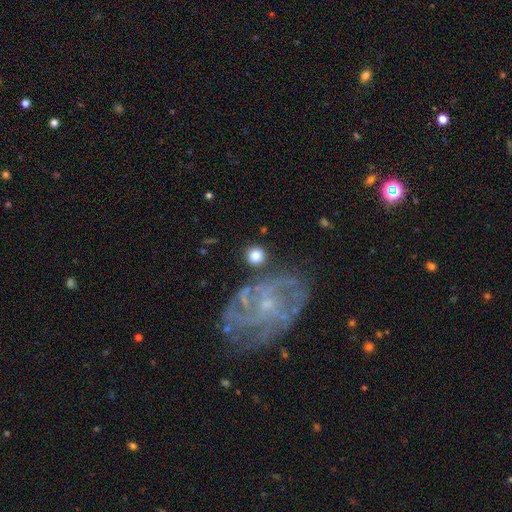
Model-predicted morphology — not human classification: Smooth or featured: smooth — 77% (featured or disk — 16%)
How rounded: round — 90% (in between — 9%)
Merging: none — 81% (minor disturbance — 9%)